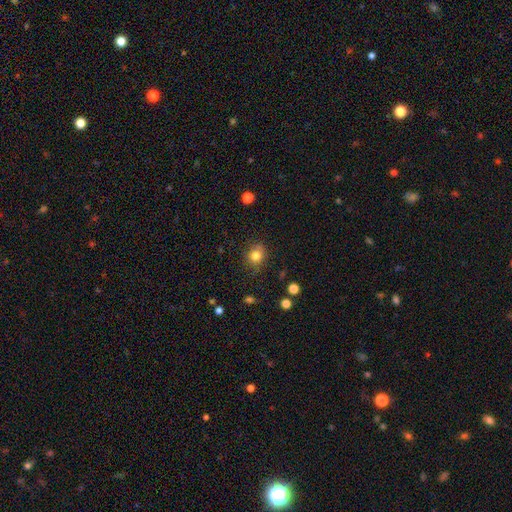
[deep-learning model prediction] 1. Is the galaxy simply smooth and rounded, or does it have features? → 81% smooth, 12% star or artifact, 7% featured or disk.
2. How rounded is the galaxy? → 69% round, 31% in between, 1% cigar-shaped.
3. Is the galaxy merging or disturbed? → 80% none, 14% minor disturbance, 4% major disturbance, 2% merger.